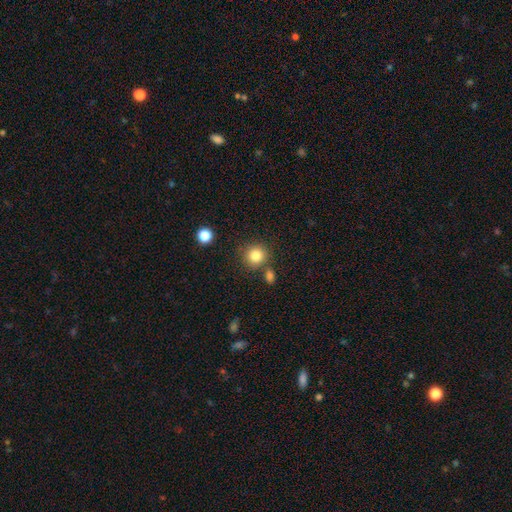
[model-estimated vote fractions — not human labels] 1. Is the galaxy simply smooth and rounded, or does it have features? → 83% smooth, 11% star or artifact, 6% featured or disk.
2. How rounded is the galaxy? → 91% round, 8% in between, 1% cigar-shaped.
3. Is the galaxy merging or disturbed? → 78% none, 10% merger, 9% minor disturbance, 3% major disturbance.